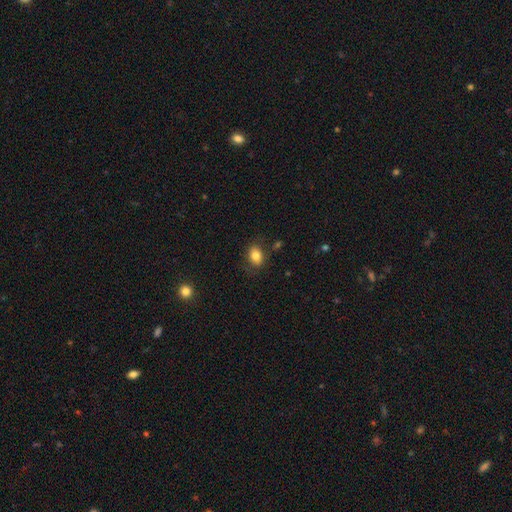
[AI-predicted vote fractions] smooth_or_featured: smooth (p=0.81) [alt: featured or disk p=0.10]
how_rounded: in between (p=0.79) [alt: round p=0.20]
merging: none (p=0.77) [alt: minor disturbance p=0.15]